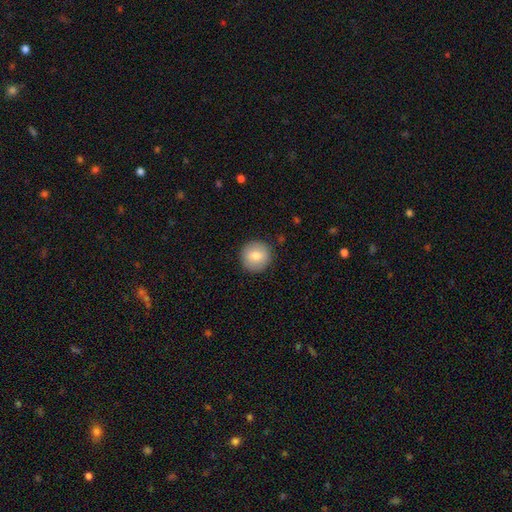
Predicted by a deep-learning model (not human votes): Overall: smooth (81%). How rounded: round (95%). Merging: none (91%).